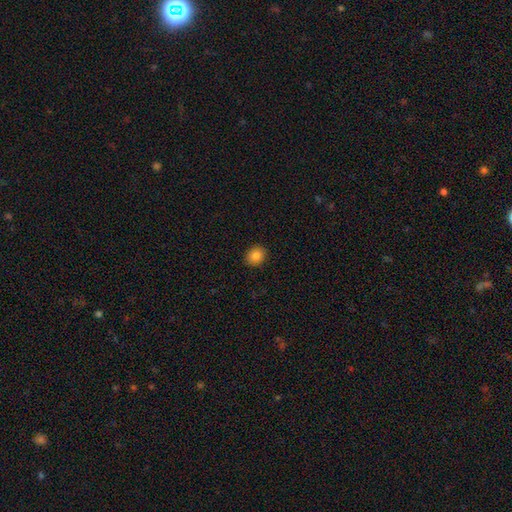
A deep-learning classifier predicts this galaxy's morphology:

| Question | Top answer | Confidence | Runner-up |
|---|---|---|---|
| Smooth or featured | smooth | 84% | star or artifact (10%) |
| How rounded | round | 65% | in between (34%) |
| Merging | none | 91% | minor disturbance (7%) |